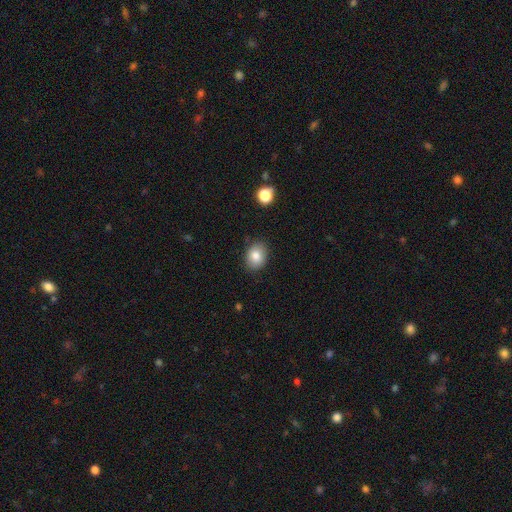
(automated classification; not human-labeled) This appears to be a smooth galaxy with no disk features (83%) that is in between round and cigar-shaped (63%). Merging: none (85%).